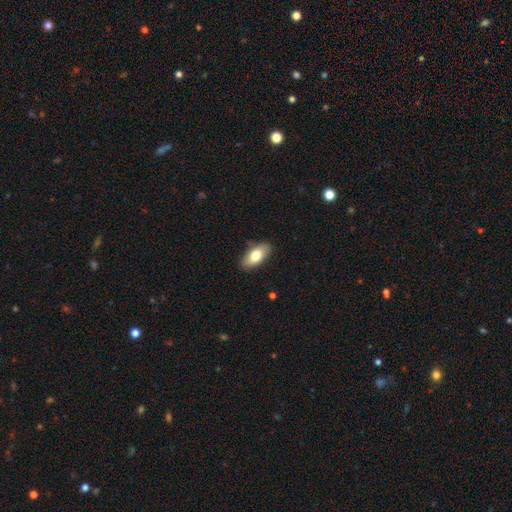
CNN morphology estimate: Smooth or featured: smooth — 76% (featured or disk — 18%)
How rounded: in between — 91% (cigar-shaped — 6%)
Merging: none — 86% (minor disturbance — 10%)